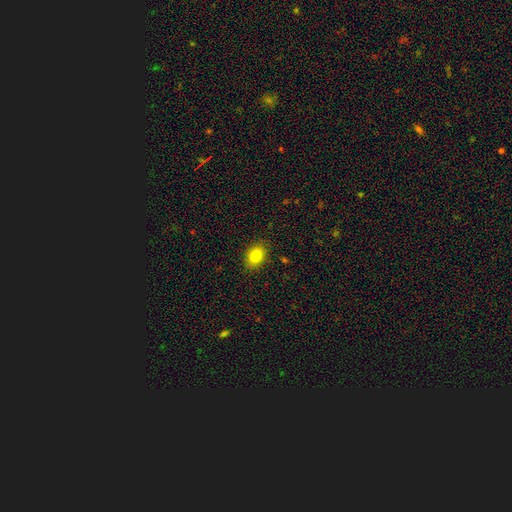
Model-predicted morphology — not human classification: A smooth galaxy with no disk features (85%) that is in between round and cigar-shaped (79%). Merging: none (87%).